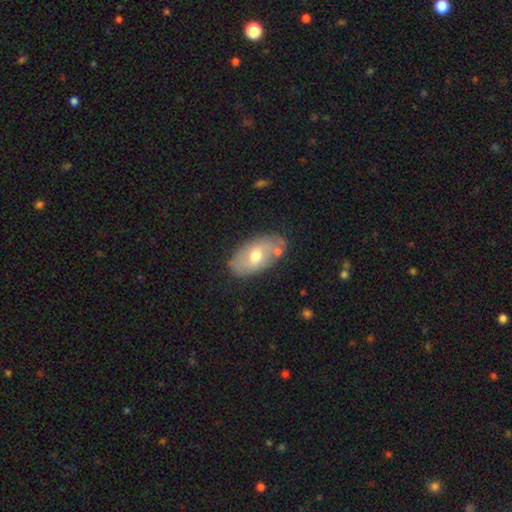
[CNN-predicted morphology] Smooth or featured? smooth (54%)
How rounded? in between (93%)
Merging? none (73%)